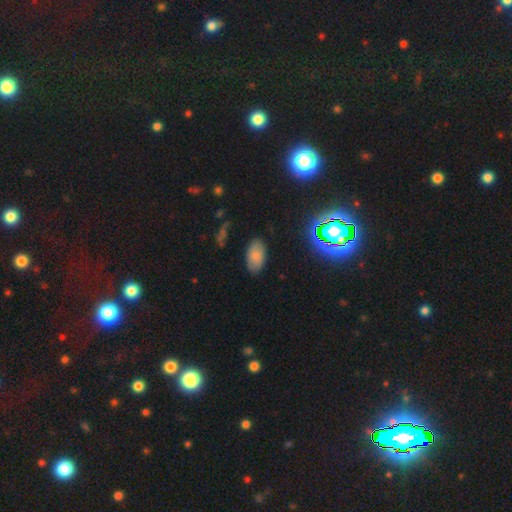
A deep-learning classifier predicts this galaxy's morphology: Smooth or featured: smooth — 76% (star or artifact — 13%)
How rounded: in between — 94% (round — 5%)
Merging: none — 84% (minor disturbance — 11%)